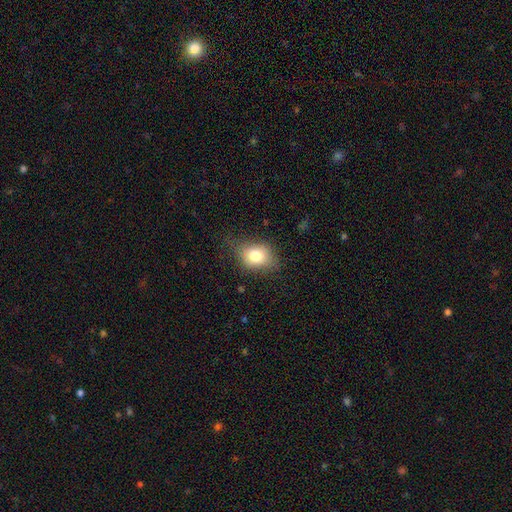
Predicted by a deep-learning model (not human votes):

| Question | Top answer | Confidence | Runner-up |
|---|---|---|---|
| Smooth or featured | smooth | 78% | featured or disk (13%) |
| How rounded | in between | 60% | round (39%) |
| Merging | none | 65% | minor disturbance (26%) |